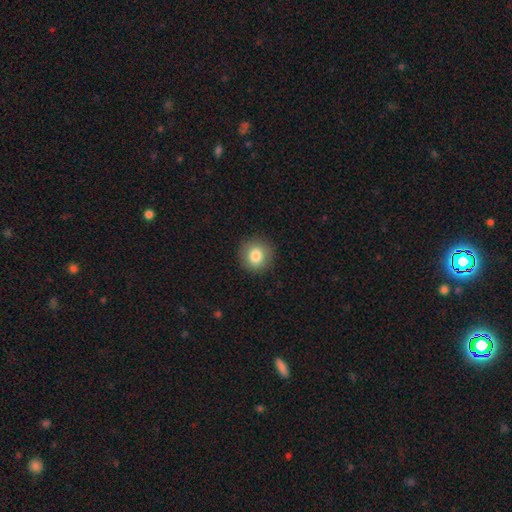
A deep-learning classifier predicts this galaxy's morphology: smooth 82%, star or artifact 9%, featured or disk 8%. Down the decision tree: how rounded — round (91%); merging — none (90%).